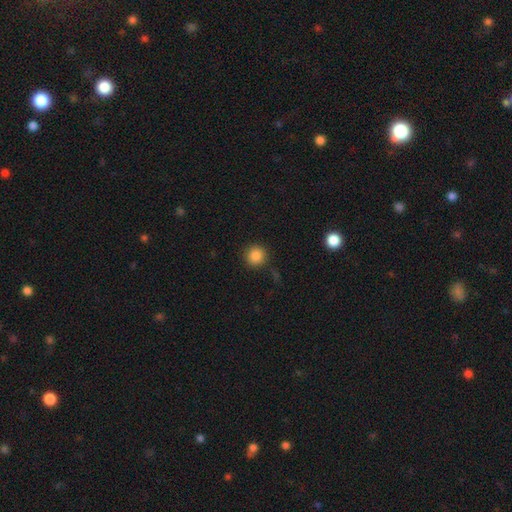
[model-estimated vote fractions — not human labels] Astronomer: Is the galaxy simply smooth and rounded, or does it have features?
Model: smooth — 86%.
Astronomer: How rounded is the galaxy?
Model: round — 94%.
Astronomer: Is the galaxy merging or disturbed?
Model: none — 86%.